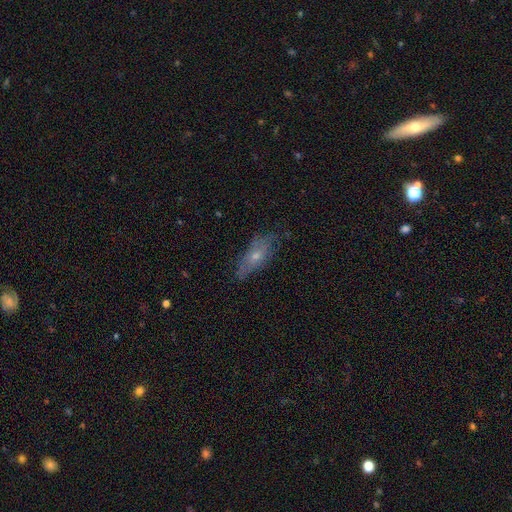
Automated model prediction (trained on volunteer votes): A smooth galaxy with no disk features (49%). Merging: none (64%).